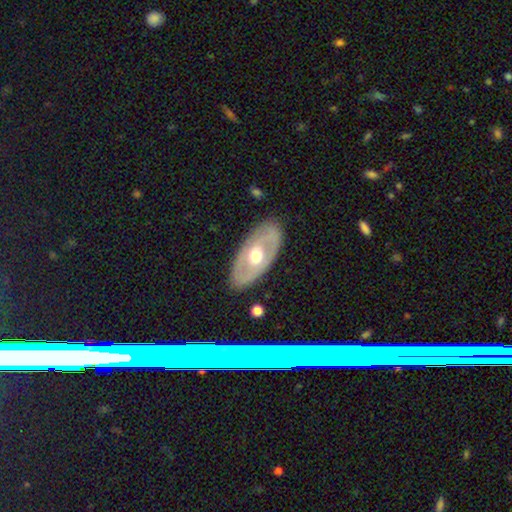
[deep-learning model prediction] Overall: featured or disk (66%; smooth 30%). Edge-on disk: no (85%). Bar: no (78%). Spiral arms: no (73%). Bulge size: moderate (75%). Merging: none (84%).